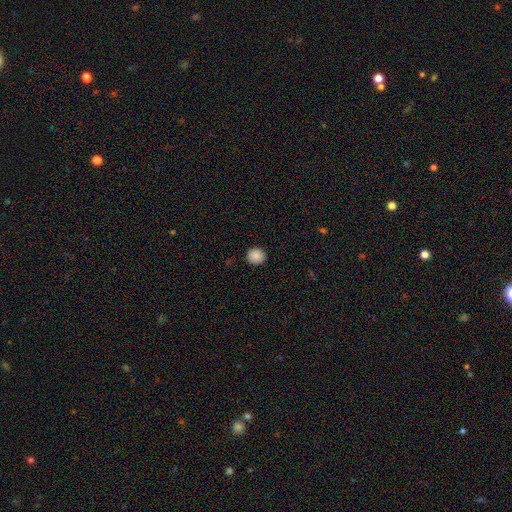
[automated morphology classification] This appears to be a smooth galaxy with no disk features (88%) that is round (88%). Merging: none (91%).